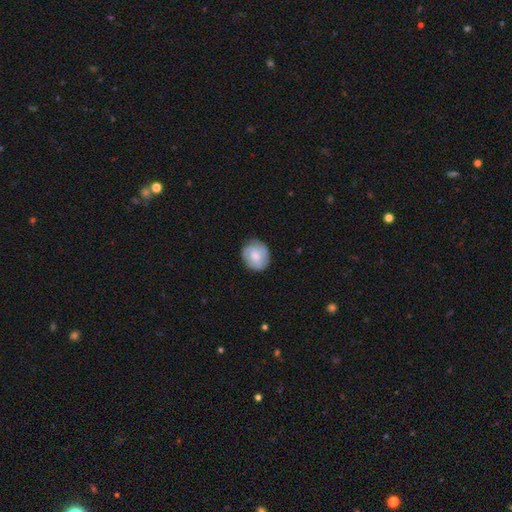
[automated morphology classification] Smooth or featured?
  - smooth: 61% *
  - featured or disk: 33%
  - star or artifact: 7%
How rounded?
  - round: 71% *
  - in between: 28%
  - cigar-shaped: 1%
Merging?
  - none: 75% *
  - minor disturbance: 19%
  - major disturbance: 5%
  - merger: 1%